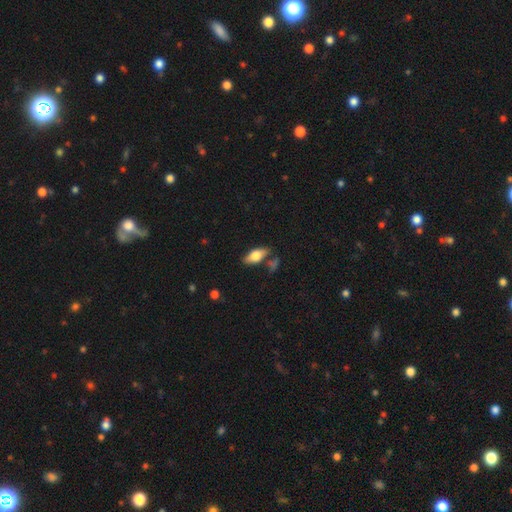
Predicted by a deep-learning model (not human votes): Smooth or featured?
  - smooth: 69% *
  - featured or disk: 25%
  - star or artifact: 6%
How rounded?
  - in between: 84% *
  - cigar-shaped: 13%
  - round: 4%
Merging?
  - none: 72% *
  - minor disturbance: 15%
  - merger: 9%
  - major disturbance: 4%